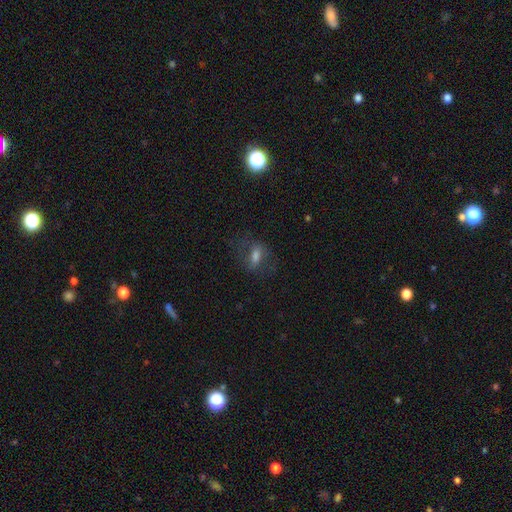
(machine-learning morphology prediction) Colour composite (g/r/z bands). It shows a smooth galaxy with no disk features (52%) that is in between round and cigar-shaped (68%). Merging: none (68%).